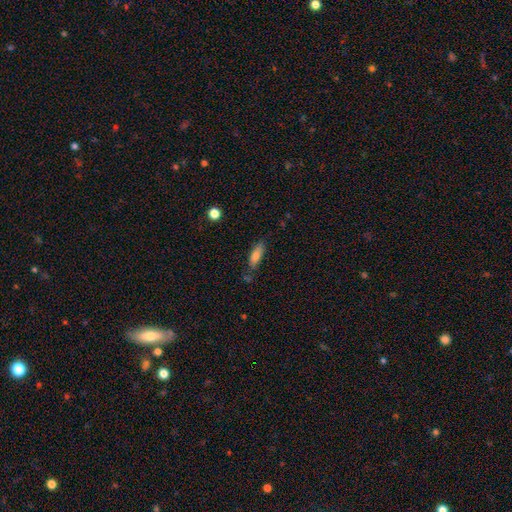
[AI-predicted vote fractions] A smooth galaxy with no disk features (76%) that is in between round and cigar-shaped (55%).

Vote fractions:
- Smooth or featured? smooth: 76% / featured or disk: 16% / star or artifact: 8%
- How rounded? in between: 55% / cigar-shaped: 43% / round: 2%
- Merging? none: 73% / minor disturbance: 18% / merger: 5% / major disturbance: 4%